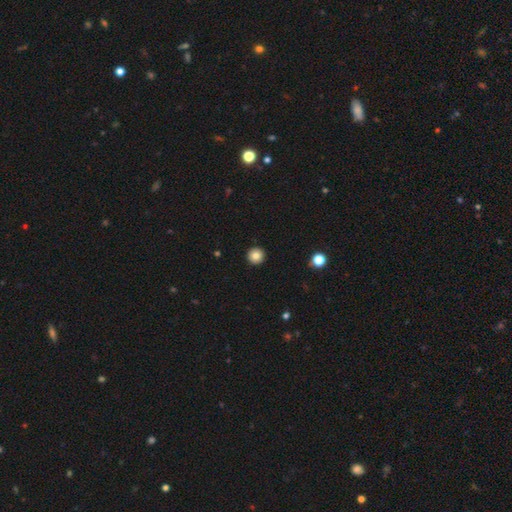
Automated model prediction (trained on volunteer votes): Overall: smooth (83%). How rounded: round (96%). Merging: none (94%).